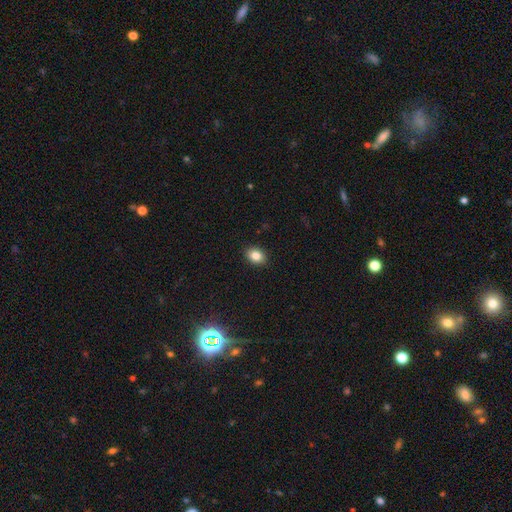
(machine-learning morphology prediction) This appears to be a smooth galaxy with no disk features (85%) that is in between round and cigar-shaped (67%). Merging: none (90%).